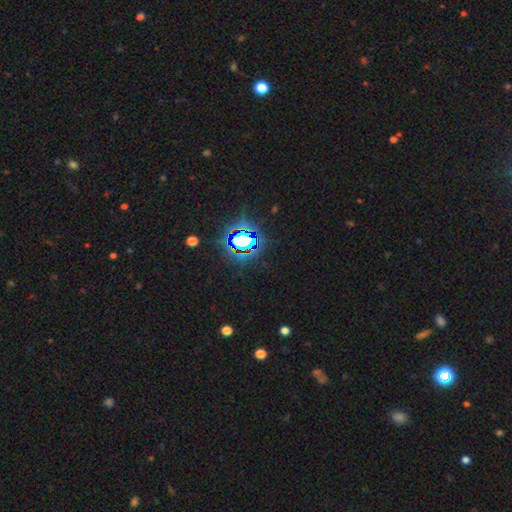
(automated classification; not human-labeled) star or artifact 82%, smooth 11%, featured or disk 7%.